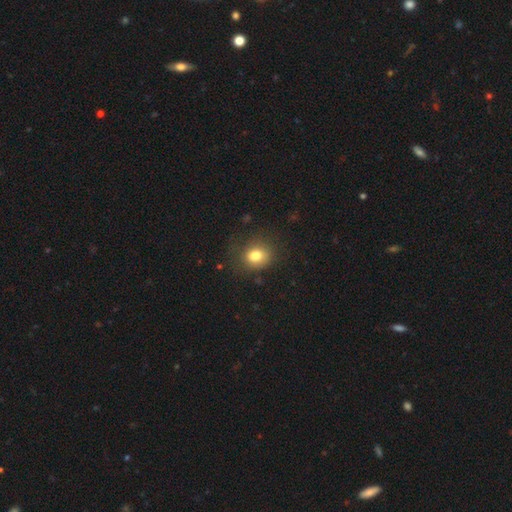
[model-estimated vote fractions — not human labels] The model was most divided on "how rounded": round: 71%, in between: 29%, cigar-shaped: 1%. More confident: smooth or featured — smooth (79%); merging — none (77%).